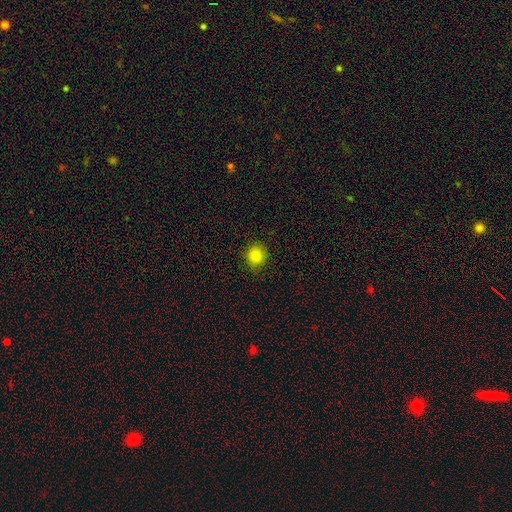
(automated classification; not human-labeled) Smooth or featured? smooth (85%)
How rounded? round (83%)
Merging? none (88%)